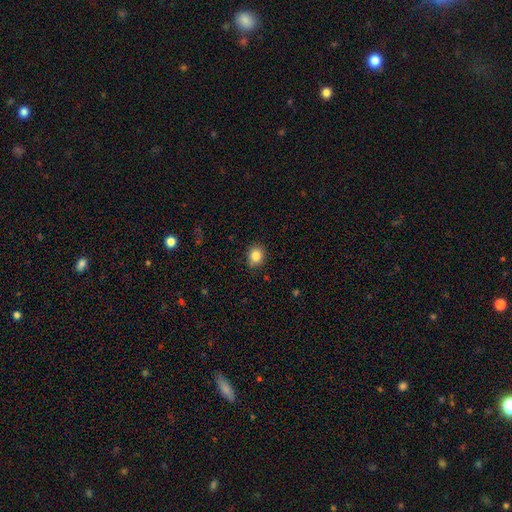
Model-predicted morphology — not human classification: smooth 85%, star or artifact 10%, featured or disk 6%. Down the decision tree: how rounded — round (69%); merging — none (86%).